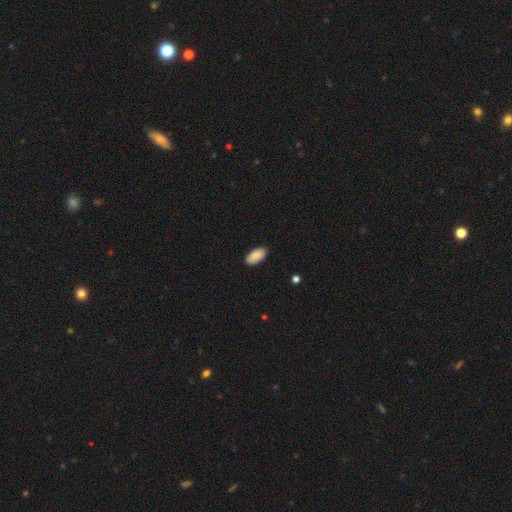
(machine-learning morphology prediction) Q: Smooth or featured?
A: smooth (88%); runner-up: star or artifact (6%)
Q: How rounded?
A: in between (94%); runner-up: cigar-shaped (4%)
Q: Merging?
A: none (89%); runner-up: minor disturbance (8%)